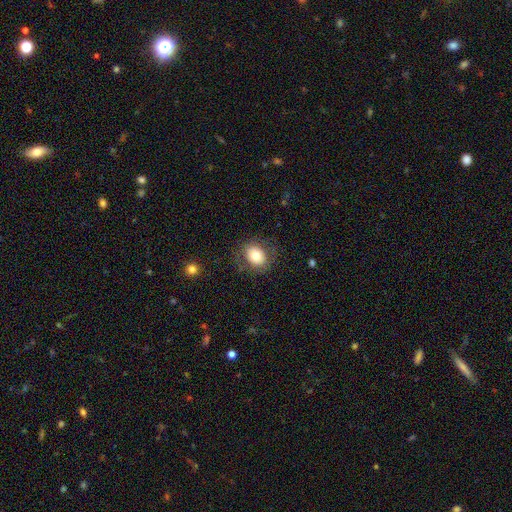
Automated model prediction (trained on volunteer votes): Morphology: type=smooth (75%); roundness=round (53%); merging=none (79%).